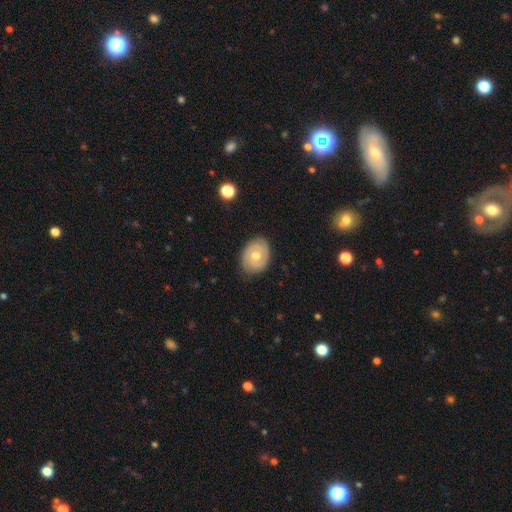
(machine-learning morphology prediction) smooth_or_featured: featured or disk (p=0.70) [alt: smooth p=0.24]
disk_edge_on: no (p=0.96) [alt: yes p=0.04]
bar: no (p=0.73) [alt: weak p=0.22]
has_spiral_arms: yes (p=0.80) [alt: no p=0.20]
spiral_winding: tight (p=0.68) [alt: medium p=0.25]
spiral_arm_count: 2 (p=0.66) [alt: can't tell p=0.21]
bulge_size: moderate (p=0.73) [alt: small p=0.22]
merging: none (p=0.82) [alt: minor disturbance p=0.14]